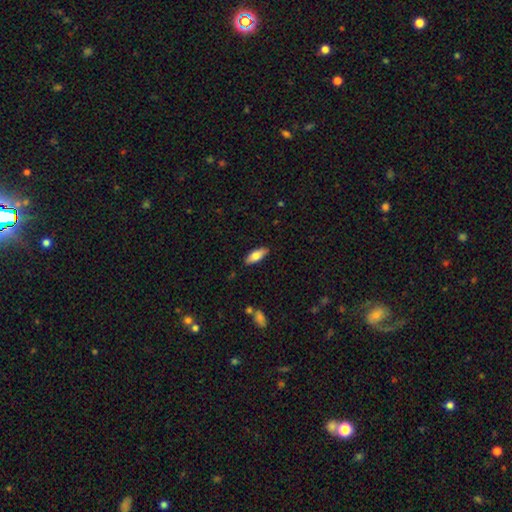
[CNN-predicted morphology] This appears to be a smooth galaxy with no disk features (75%) that is in between round and cigar-shaped (75%). Merging: none (87%).